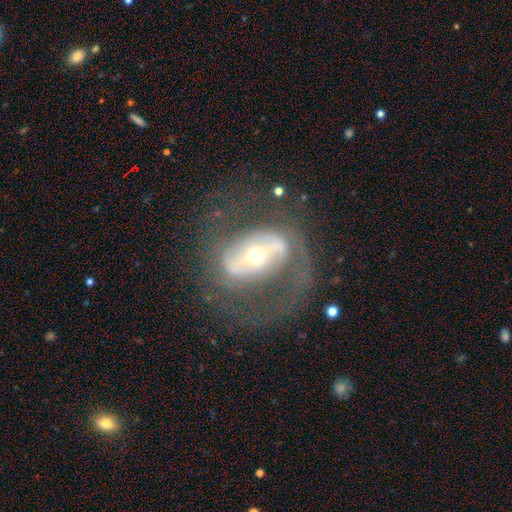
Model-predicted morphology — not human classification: type=featured or disk (79%); edge-on=no (95%); bar=strong (38%); spiral arms=yes (74%); winding=medium (47%); arm count=2 (74%); bulge=moderate (54%); merging=none (54%).